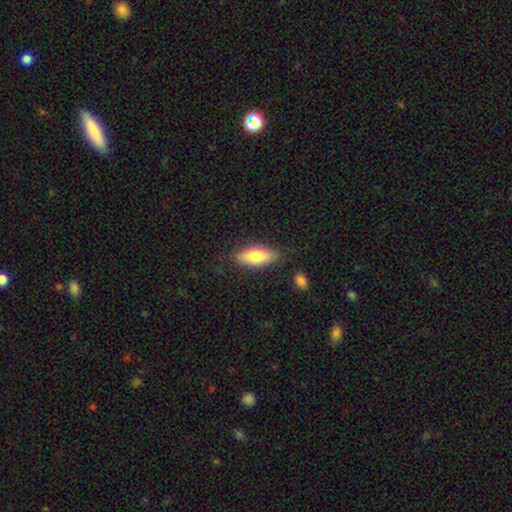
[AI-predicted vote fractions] Q: Smooth or featured?
A: smooth (76%); runner-up: featured or disk (18%)
Q: How rounded?
A: in between (72%); runner-up: cigar-shaped (26%)
Q: Merging?
A: none (82%); runner-up: minor disturbance (13%)